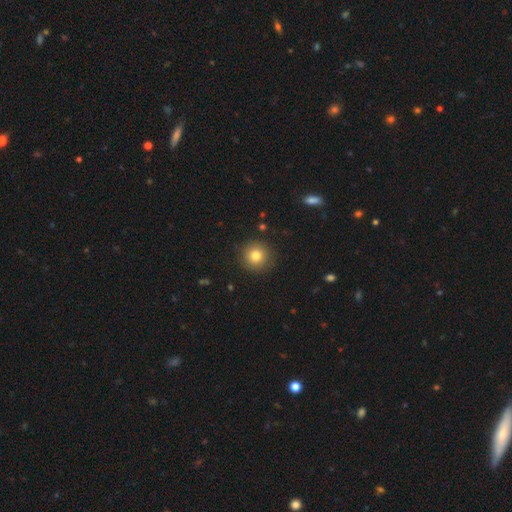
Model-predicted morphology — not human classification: This appears to be a smooth galaxy with no disk features (80%) that is round (95%). Merging: none (90%).